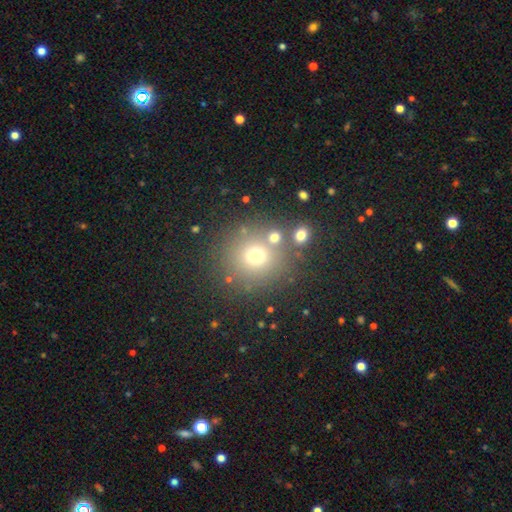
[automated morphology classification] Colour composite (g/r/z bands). It shows a smooth galaxy with no disk features (66%) that is round (90%). Merging: none (75%).